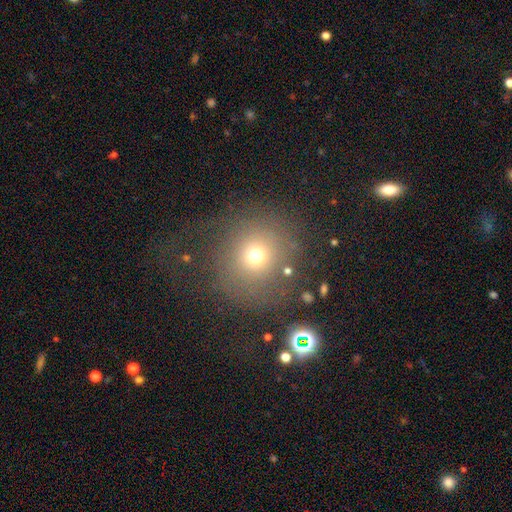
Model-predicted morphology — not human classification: This is likely a smooth galaxy (67%). How rounded: clearly round (89%). Merging: likely none (70%).